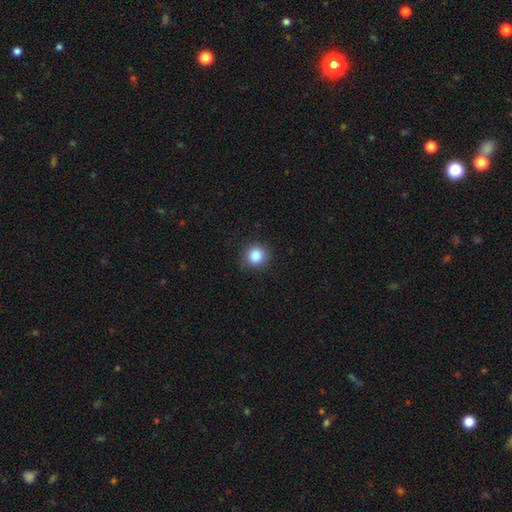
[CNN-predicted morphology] Smooth or featured: smooth — 87% (star or artifact — 10%)
How rounded: round — 92% (in between — 7%)
Merging: none — 86% (minor disturbance — 10%)